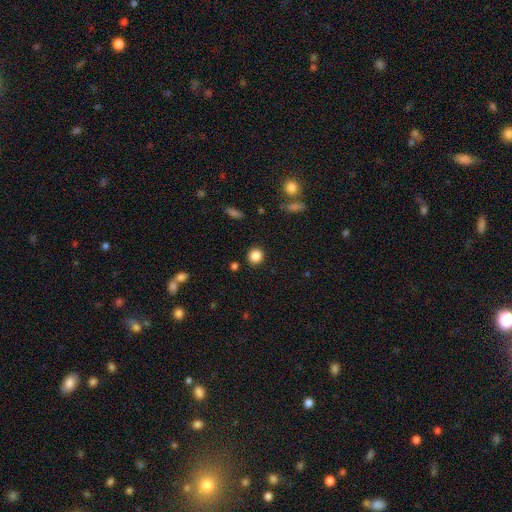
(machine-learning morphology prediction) Overall: smooth (86%). How rounded: round (85%). Merging: none (89%).